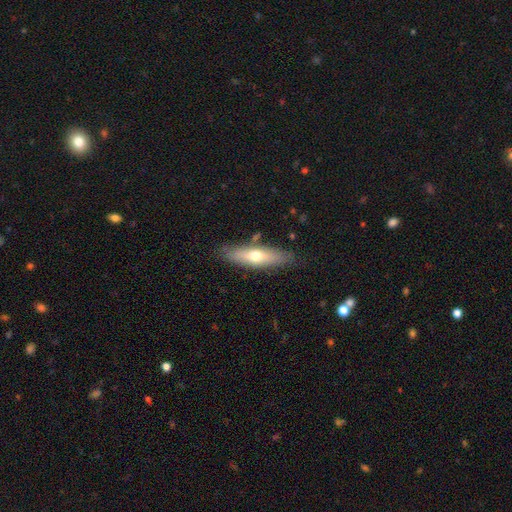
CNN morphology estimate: This appears to be a smooth galaxy with no disk features (57%) that is cigar-shaped (57%). Merging: none (80%).